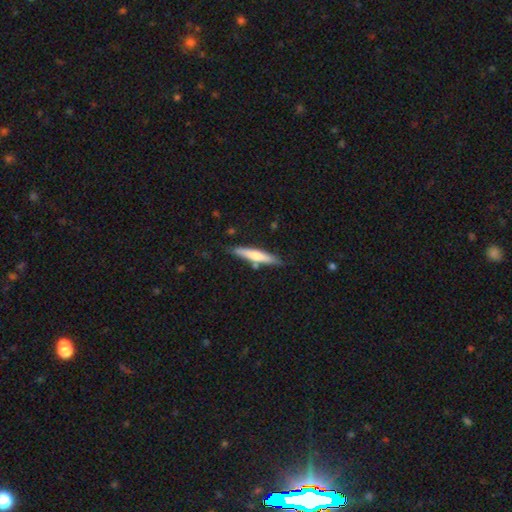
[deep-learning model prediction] smooth 53%, featured or disk 42%, star or artifact 5%. Down the decision tree: how rounded — cigar-shaped (90%); merging — none (80%).